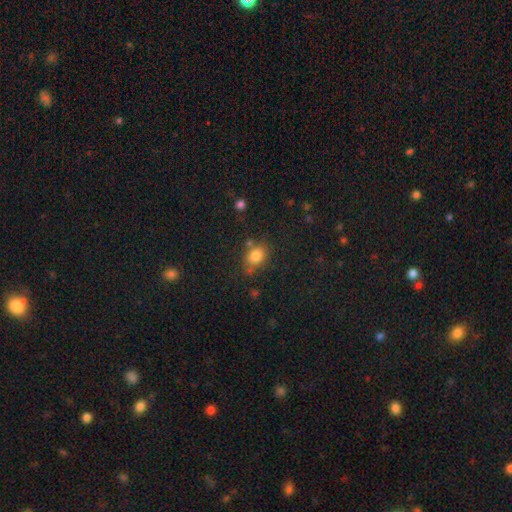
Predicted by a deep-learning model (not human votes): Smooth or featured?
  - smooth: 81% *
  - star or artifact: 12%
  - featured or disk: 7%
How rounded?
  - in between: 59% *
  - round: 40%
  - cigar-shaped: 1%
Merging?
  - none: 71% *
  - minor disturbance: 16%
  - merger: 8%
  - major disturbance: 5%